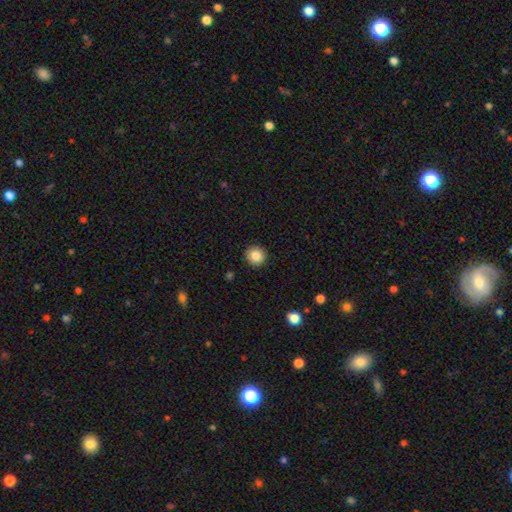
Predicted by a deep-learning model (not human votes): Overall: smooth (84%). How rounded: round (94%). Merging: none (92%).